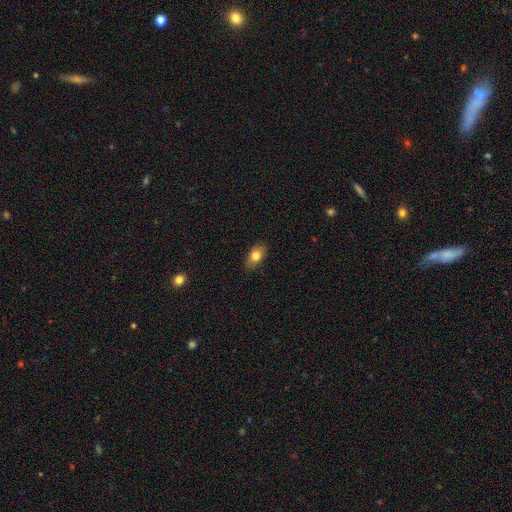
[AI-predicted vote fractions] A smooth galaxy with no disk features (79%) that is in between round and cigar-shaped (87%). Merging: none (85%).